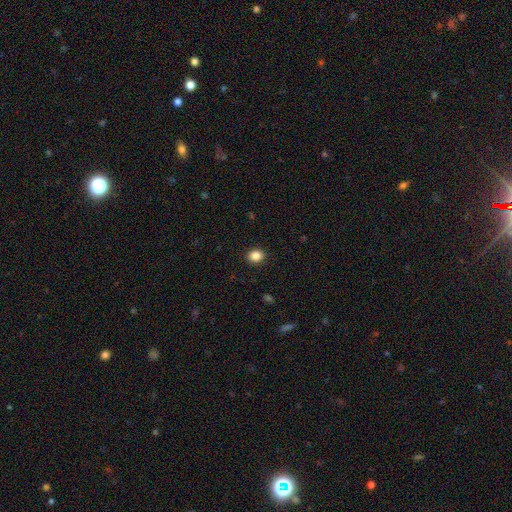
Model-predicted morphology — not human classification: This appears to be a smooth galaxy with no disk features (86%) that is round (56%). Merging: none (91%).